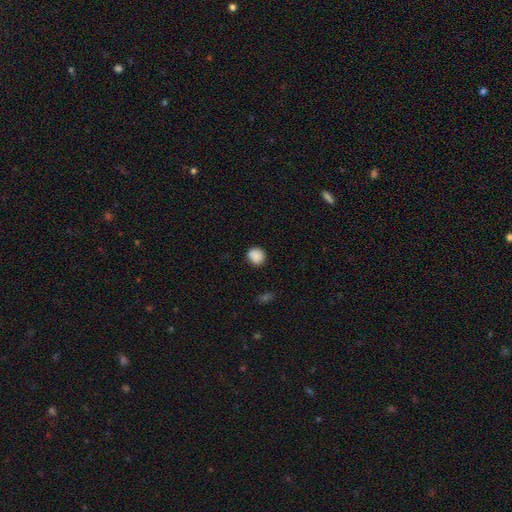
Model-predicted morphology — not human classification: Overall: smooth (88%). How rounded: round (84%). Merging: none (83%).